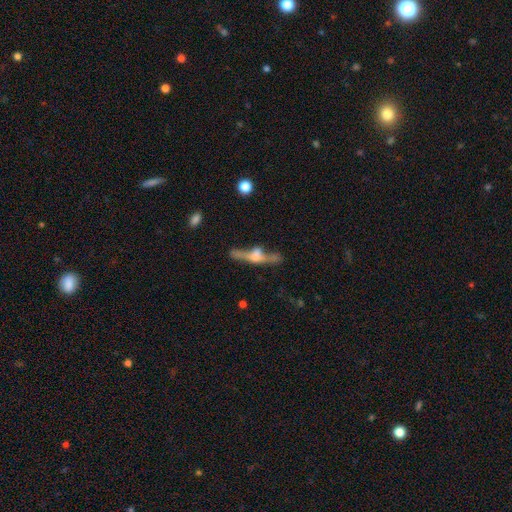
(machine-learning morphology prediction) featured or disk 73%, smooth 19%, star or artifact 8%. Down the decision tree: edge-on disk — yes (89%); edge-on bulge — rounded (76%); merging — none (60%).